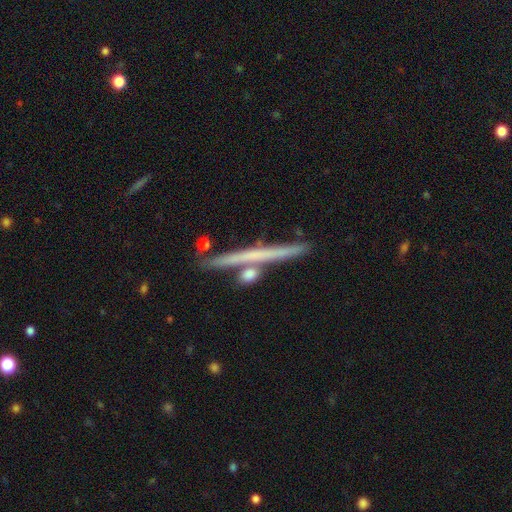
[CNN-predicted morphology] This appears to be a featured or disk galaxy (56%) viewed edge-on (96%) with no central bulge (81%). Merging: none (81%).